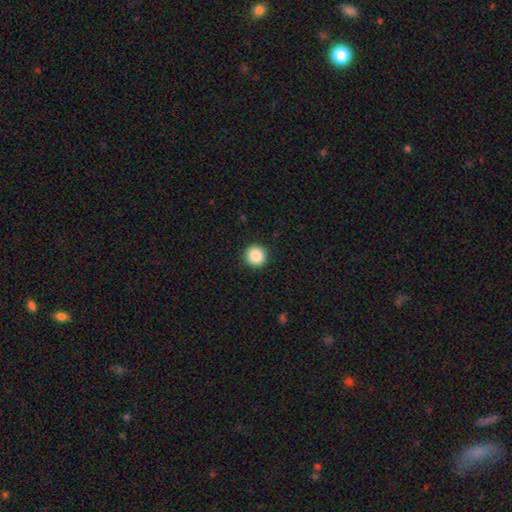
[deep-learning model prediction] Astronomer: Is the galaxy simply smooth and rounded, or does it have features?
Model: smooth — 87%.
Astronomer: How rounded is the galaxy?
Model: round — 95%.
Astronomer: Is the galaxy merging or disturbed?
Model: none — 93%.